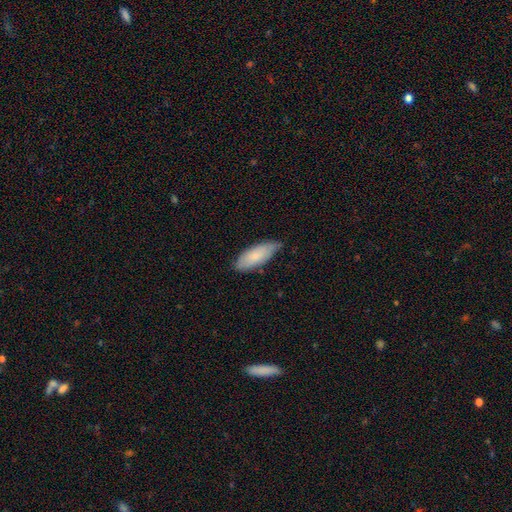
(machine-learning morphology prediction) Smooth or featured? Predicted: smooth (p=0.80). How rounded? Predicted: in between (p=0.76). Merging? Predicted: none (p=0.69).